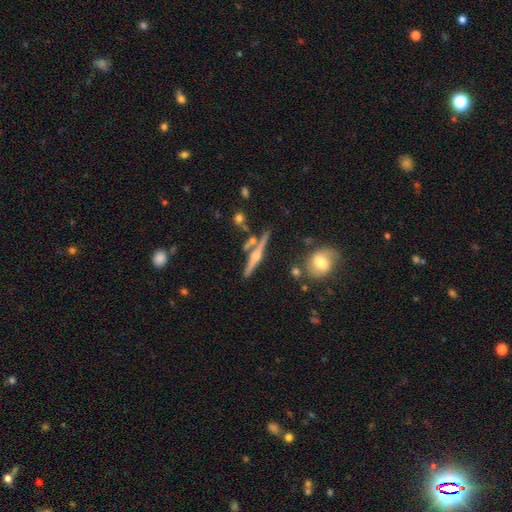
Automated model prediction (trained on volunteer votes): smooth-or-featured: featured or disk: 79% | smooth: 14% | star or artifact: 7%
  disk-edge-on: yes: 97% | no: 3%
    edge-on-bulge: rounded: 92% | boxy: 4% | none: 4%
  merging: none: 76% | merger: 10% | minor disturbance: 10% | major disturbance: 3%